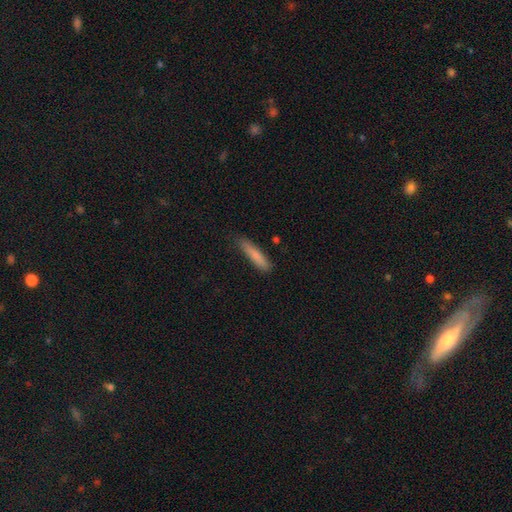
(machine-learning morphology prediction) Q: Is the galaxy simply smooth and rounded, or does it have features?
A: smooth — 82%.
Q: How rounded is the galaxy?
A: cigar-shaped — 88%.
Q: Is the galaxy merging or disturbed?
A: none — 81%.